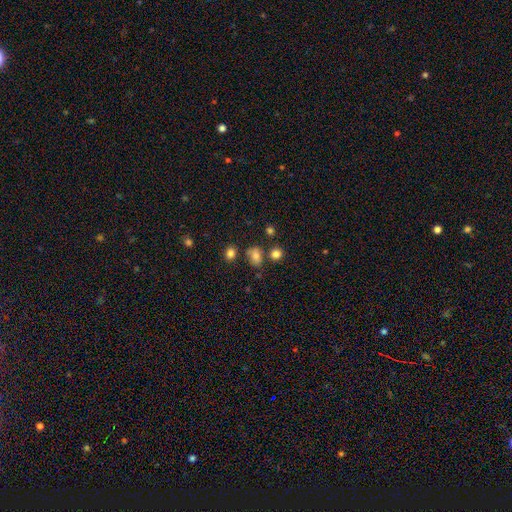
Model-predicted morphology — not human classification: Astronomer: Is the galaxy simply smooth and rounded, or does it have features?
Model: smooth — 77%.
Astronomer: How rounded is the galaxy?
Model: in between — 51% (runner-up: round, 48%).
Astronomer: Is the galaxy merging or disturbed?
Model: none — 68%.